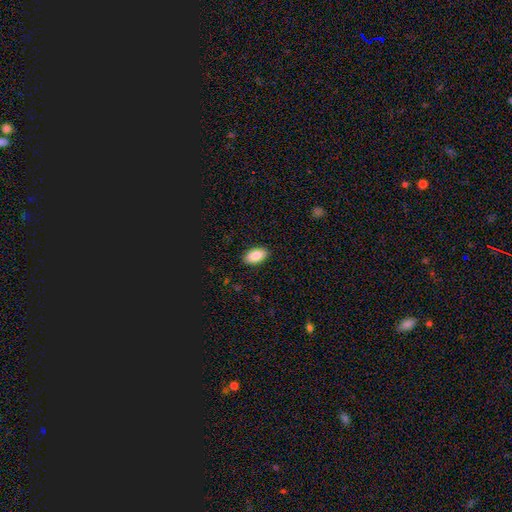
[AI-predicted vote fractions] Q: Smooth or featured?
A: smooth (88%); runner-up: star or artifact (7%)
Q: How rounded?
A: in between (94%); runner-up: round (3%)
Q: Merging?
A: none (89%); runner-up: minor disturbance (8%)